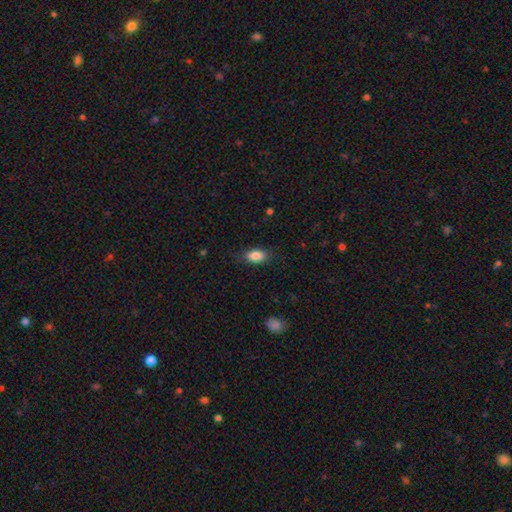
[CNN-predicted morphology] smooth_or_featured: smooth (p=0.86) [alt: star or artifact p=0.08]
how_rounded: in between (p=0.89) [alt: round p=0.07]
merging: none (p=0.80) [alt: minor disturbance p=0.15]